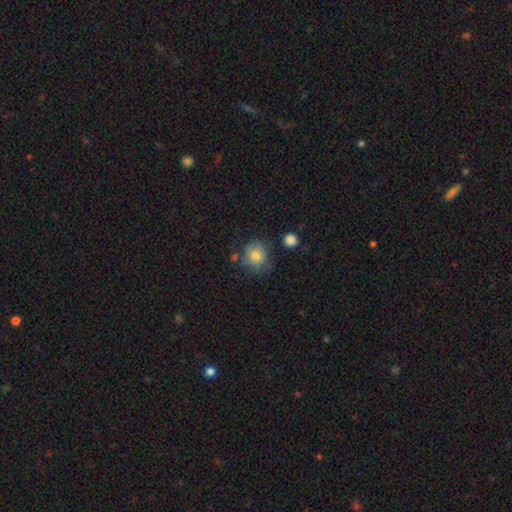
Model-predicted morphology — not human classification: Q: Smooth or featured?
A: smooth (79%); runner-up: featured or disk (11%)
Q: How rounded?
A: round (83%); runner-up: in between (16%)
Q: Merging?
A: none (70%); runner-up: minor disturbance (19%)